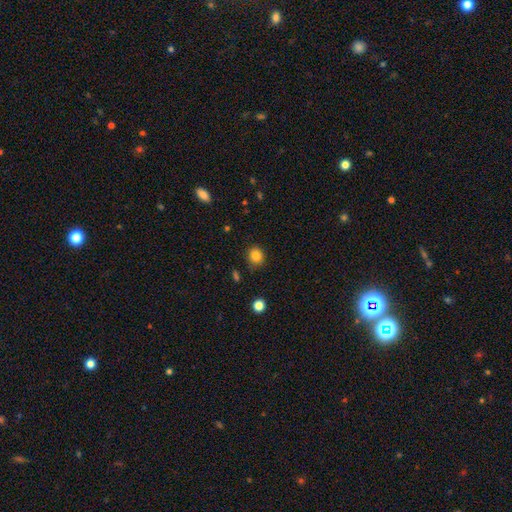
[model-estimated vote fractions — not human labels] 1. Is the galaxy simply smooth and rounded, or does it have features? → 84% smooth, 11% star or artifact, 4% featured or disk.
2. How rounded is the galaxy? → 76% round, 23% in between, 1% cigar-shaped.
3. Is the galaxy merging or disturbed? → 83% none, 12% minor disturbance, 3% major disturbance, 2% merger.